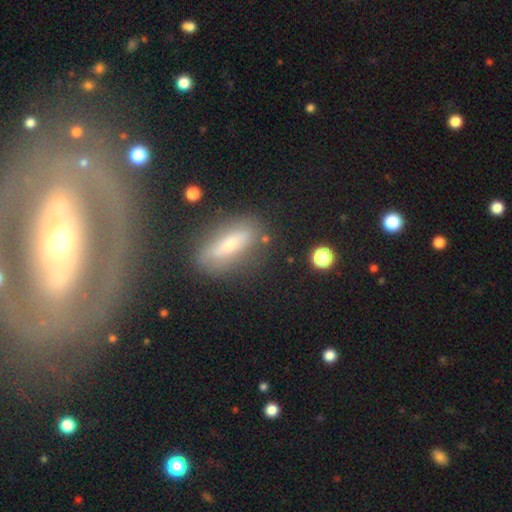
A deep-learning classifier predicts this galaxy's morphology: Smooth or featured: featured or disk — 54% (smooth — 34%)
Edge-on disk: no — 75% (yes — 25%)
Merging: none — 75% (minor disturbance — 13%)